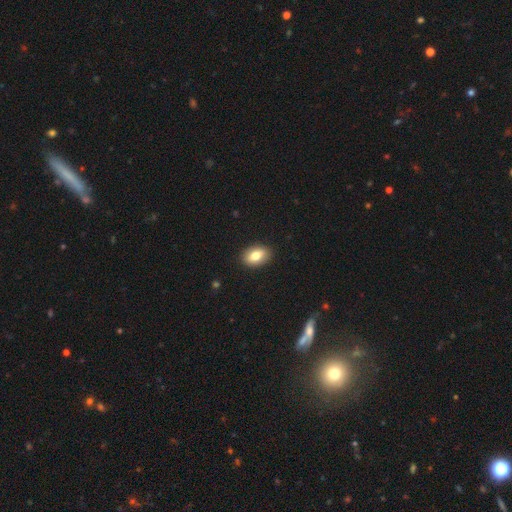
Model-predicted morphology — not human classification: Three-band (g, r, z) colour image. It shows a smooth galaxy with no disk features (79%) that is in between round and cigar-shaped (87%). Merging: none (90%).